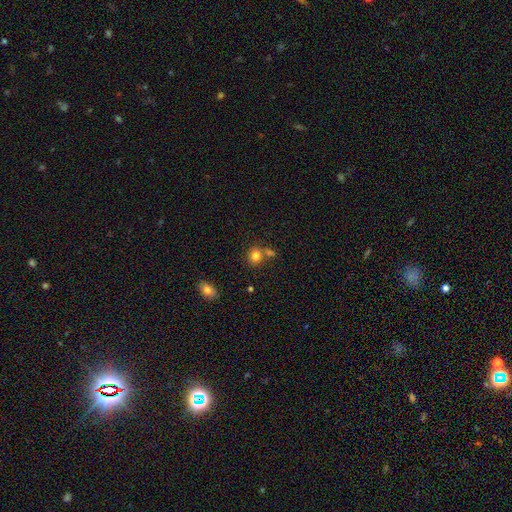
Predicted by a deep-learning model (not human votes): Morphology: type=smooth (81%); roundness=round (77%); merging=none (61%).